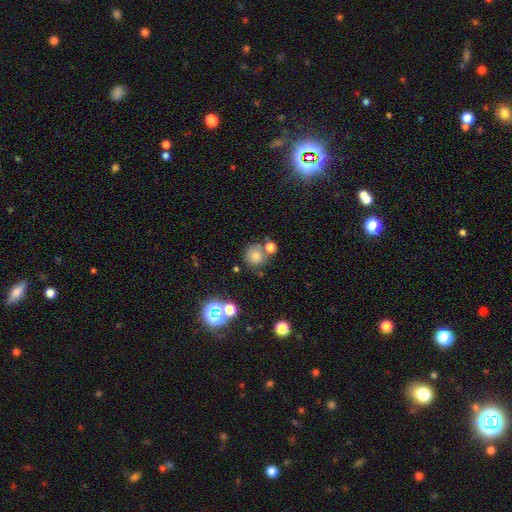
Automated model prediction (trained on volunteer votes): smooth-or-featured: smooth: 71% | star or artifact: 16% | featured or disk: 13%
  how-rounded: round: 89% | in between: 10% | cigar-shaped: 1%
  merging: none: 58% | merger: 21% | minor disturbance: 14% | major disturbance: 6%